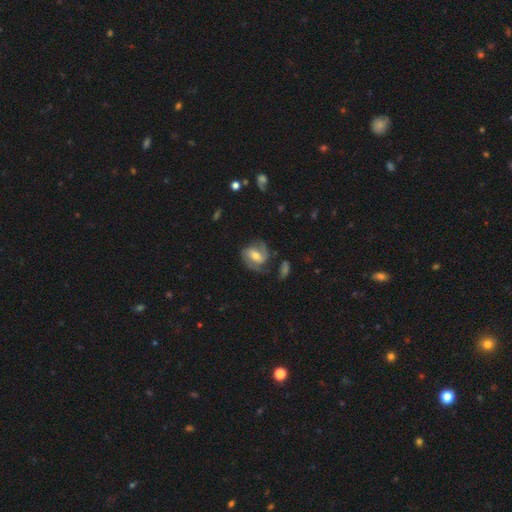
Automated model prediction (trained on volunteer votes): A featured or disk galaxy (71%) with a weak bar (46%), 2 (79%) medium (47%) spiral arms (90%) and a moderate central bulge (64%).

Vote fractions:
- Smooth or featured? featured or disk: 71% / smooth: 22% / star or artifact: 7%
- Edge-on disk? no: 97% / yes: 3%
- Bar? weak: 46% / no: 28% / strong: 26%
- Spiral arms? yes: 90% / no: 10%
- Spiral winding? medium: 47% / tight: 32% / loose: 21%
- Spiral arm count? 2: 79% / can't tell: 9% / 1: 6% / 3: 3% / 4: 1% / more than 4: 1%
- Bulge size? moderate: 64% / small: 26% / large: 7% / none: 2% / dominant: 1%
- Merging? none: 62% / minor disturbance: 20% / major disturbance: 14% / merger: 3%